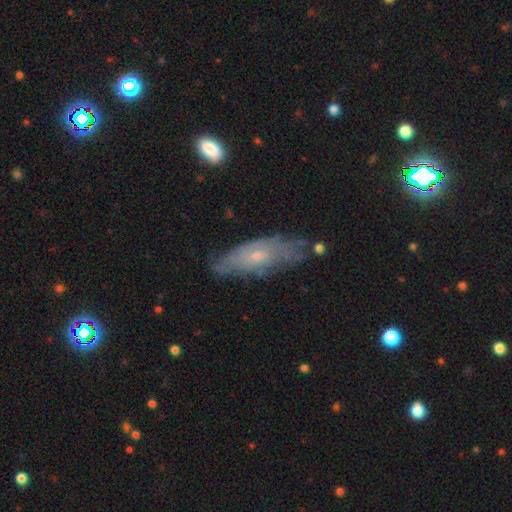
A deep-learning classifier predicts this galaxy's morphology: Smooth or featured? Predicted: featured or disk (p=0.62). Edge-on disk? Predicted: no (p=0.78). Merging? Predicted: none (p=0.61).